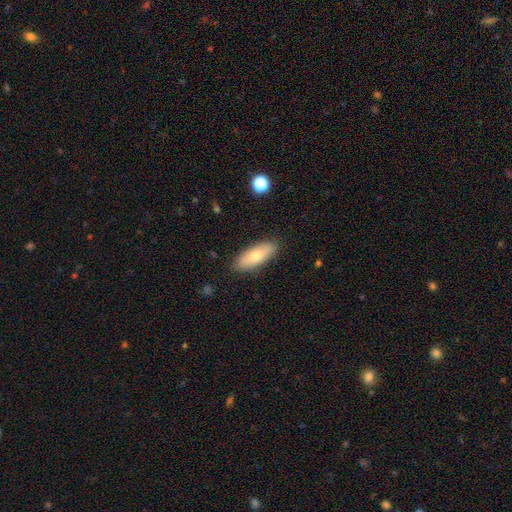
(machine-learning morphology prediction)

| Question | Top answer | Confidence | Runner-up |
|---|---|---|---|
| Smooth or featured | smooth | 72% | featured or disk (21%) |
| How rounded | in between | 71% | cigar-shaped (27%) |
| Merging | none | 87% | minor disturbance (10%) |